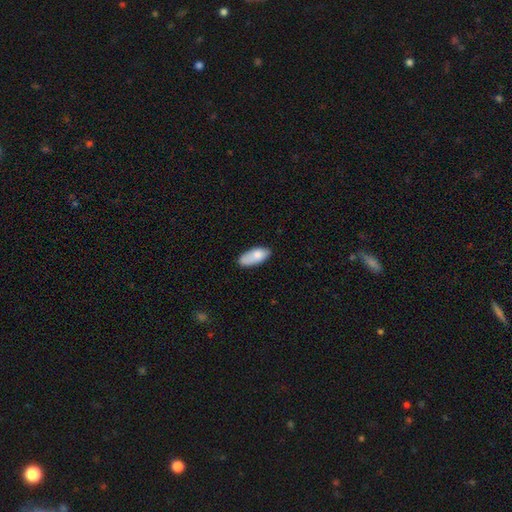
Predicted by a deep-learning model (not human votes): Smooth or featured: smooth — 81% (featured or disk — 12%)
How rounded: in between — 87% (cigar-shaped — 11%)
Merging: none — 66% (minor disturbance — 26%)